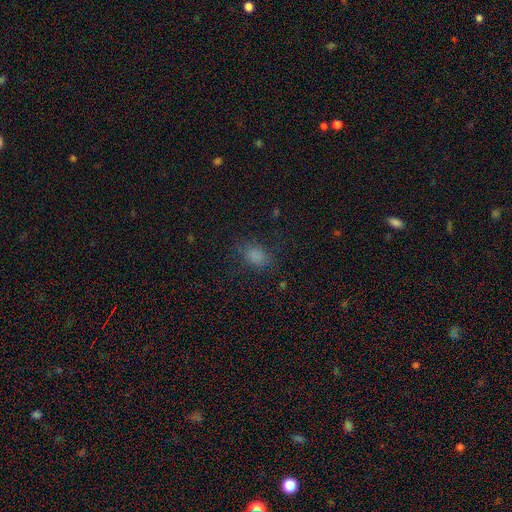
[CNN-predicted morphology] A smooth galaxy with no disk features (79%) that is in between round and cigar-shaped (72%).

Vote fractions:
- Smooth or featured? smooth: 79% / star or artifact: 15% / featured or disk: 7%
- How rounded? in between: 72% / round: 27% / cigar-shaped: 2%
- Merging? none: 73% / minor disturbance: 16% / major disturbance: 9% / merger: 1%